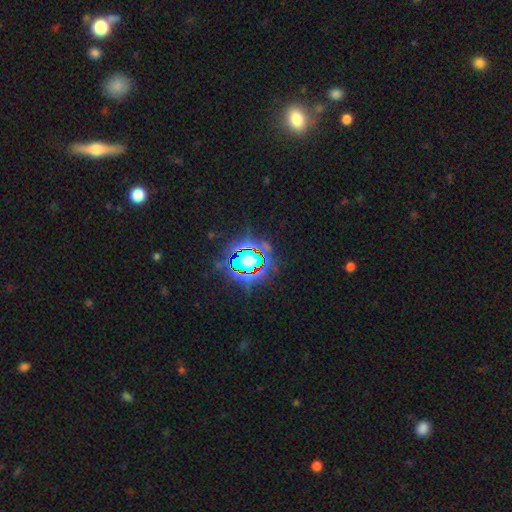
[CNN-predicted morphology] A star or artifact, not a galaxy (80%).

Vote fractions:
- Smooth or featured? star or artifact: 80% / smooth: 12% / featured or disk: 9%